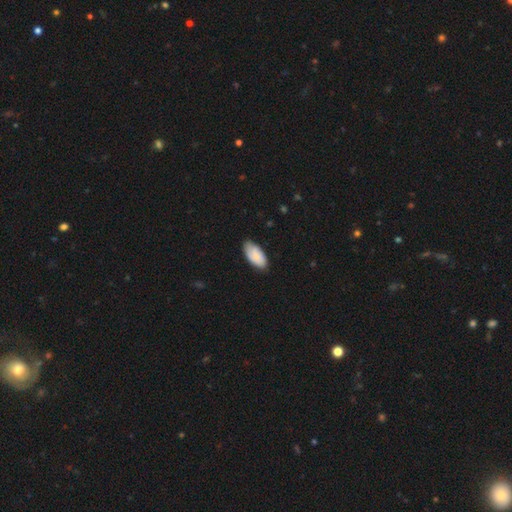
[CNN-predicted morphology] The model was most divided on "merging": none: 75%, minor disturbance: 21%, major disturbance: 3%, merger: 1%. More confident: how rounded — in between (94%); smooth or featured — smooth (84%).